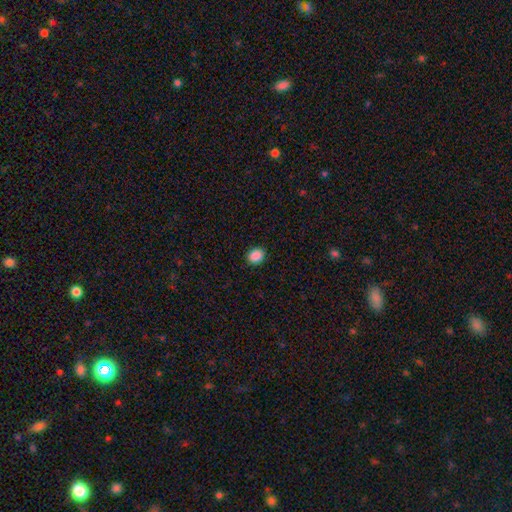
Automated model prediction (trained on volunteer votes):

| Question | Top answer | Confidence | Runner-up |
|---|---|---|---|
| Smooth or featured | smooth | 89% | star or artifact (9%) |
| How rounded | round | 62% | in between (37%) |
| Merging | none | 91% | minor disturbance (6%) |